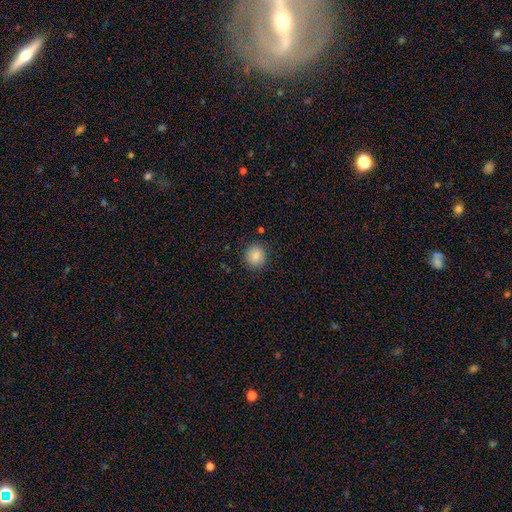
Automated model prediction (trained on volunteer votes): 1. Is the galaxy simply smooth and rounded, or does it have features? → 85% smooth, 9% star or artifact, 6% featured or disk.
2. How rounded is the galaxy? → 85% round, 15% in between, 1% cigar-shaped.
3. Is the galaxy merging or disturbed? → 87% none, 9% minor disturbance, 3% major disturbance, 1% merger.